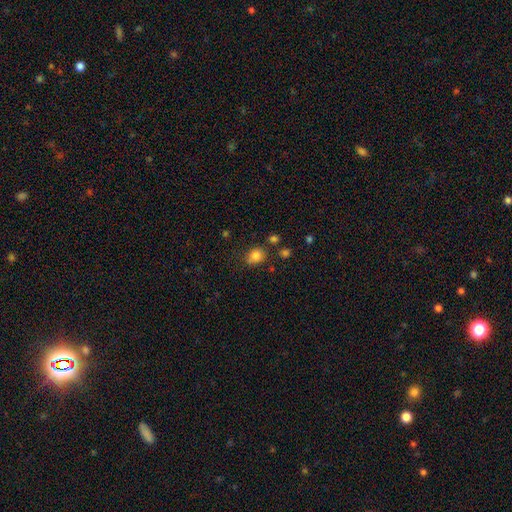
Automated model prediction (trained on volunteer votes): smooth-or-featured: smooth: 83% | star or artifact: 11% | featured or disk: 6%
  how-rounded: round: 58% | in between: 41% | cigar-shaped: 1%
  merging: none: 75% | minor disturbance: 15% | merger: 6% | major disturbance: 4%